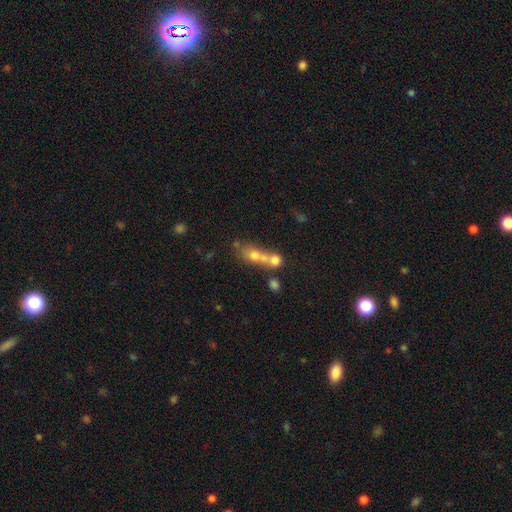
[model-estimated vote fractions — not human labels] Morphology: type=smooth (56%); roundness=round (56%); merging=merger (62%).